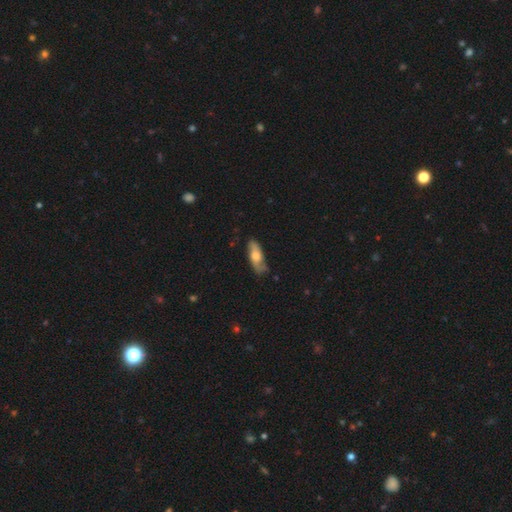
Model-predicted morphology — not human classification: This appears to be a featured or disk galaxy (48%). Merging: none (72%).